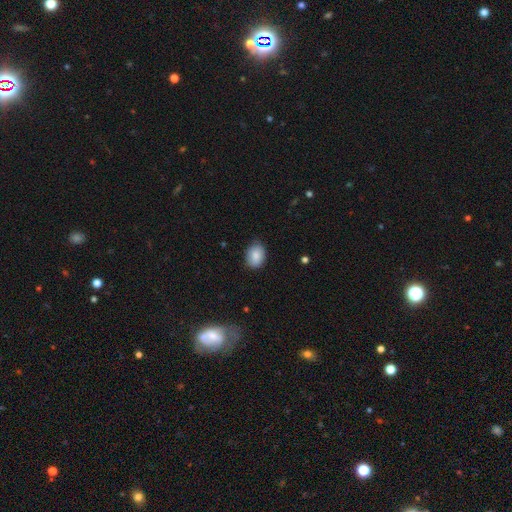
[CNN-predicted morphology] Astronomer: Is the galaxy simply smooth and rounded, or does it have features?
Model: smooth — 86%.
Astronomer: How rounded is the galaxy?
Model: in between — 71%.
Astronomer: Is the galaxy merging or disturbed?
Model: none — 83%.